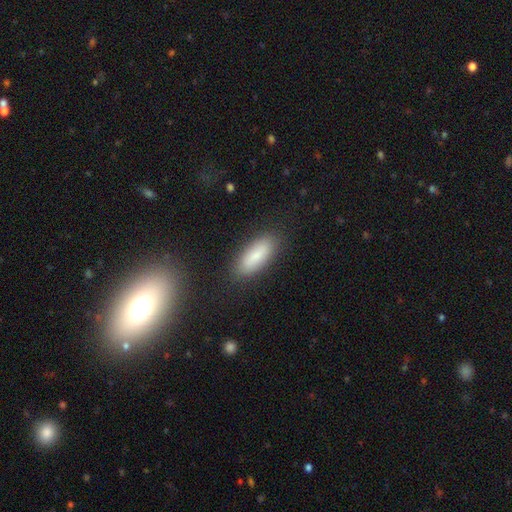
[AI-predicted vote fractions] Smooth or featured: smooth — 82% (featured or disk — 11%)
How rounded: in between — 73% (cigar-shaped — 25%)
Merging: none — 85% (minor disturbance — 11%)